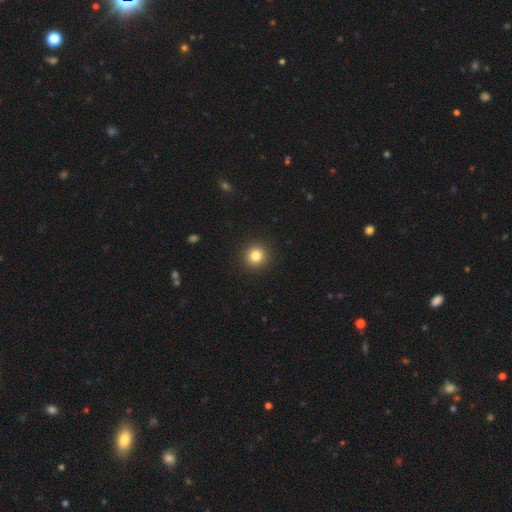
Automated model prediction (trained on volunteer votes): A smooth galaxy with no disk features (82%) that is round (95%).

Vote fractions:
- Smooth or featured? smooth: 82% / star or artifact: 12% / featured or disk: 6%
- How rounded? round: 95% / in between: 4% / cigar-shaped: 1%
- Merging? none: 93% / minor disturbance: 5% / major disturbance: 2% / merger: 1%